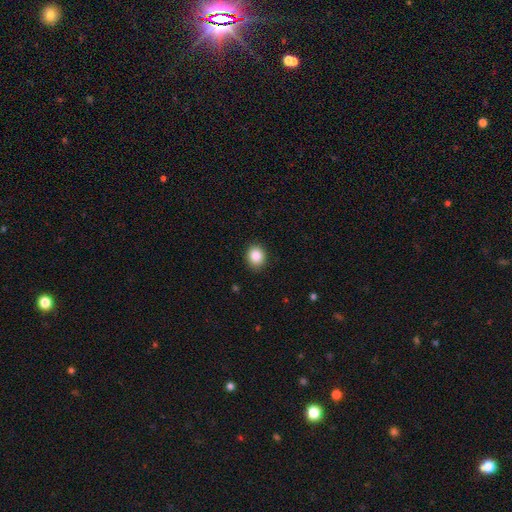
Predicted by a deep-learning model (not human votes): This appears to be a smooth galaxy with no disk features (87%) that is round (71%). Merging: none (89%).